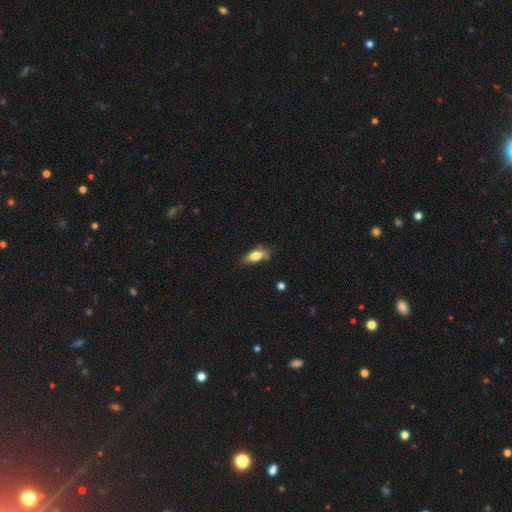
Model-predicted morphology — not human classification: Smooth or featured? smooth (74%)
How rounded? in between (80%)
Merging? none (55%)